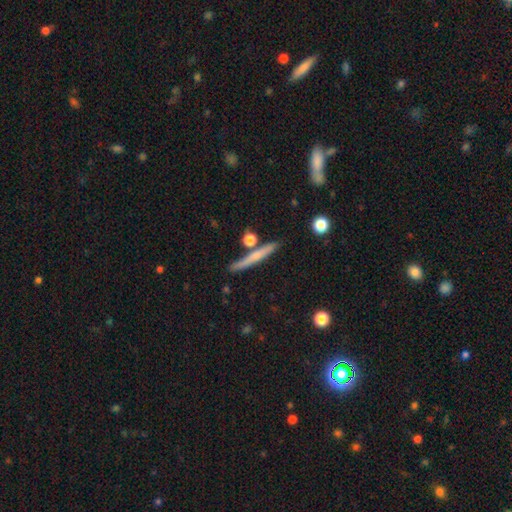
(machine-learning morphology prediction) This is possibly a smooth galaxy (51%). How rounded: clearly cigar-shaped (94%). Merging: clearly none (82%).